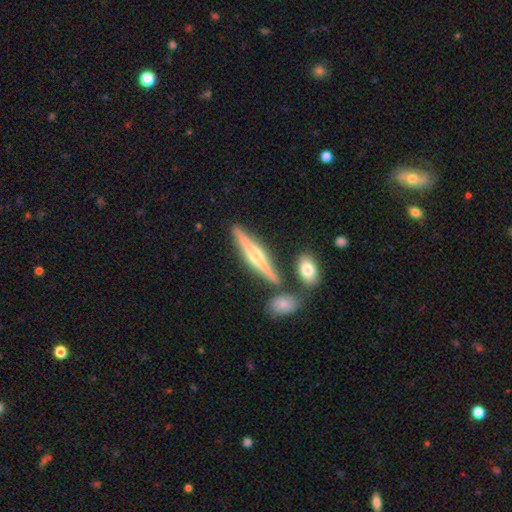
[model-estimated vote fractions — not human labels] This appears to be a featured or disk galaxy (74%) viewed edge-on (97%) with a rounded central bulge (92%). Merging: none (82%).